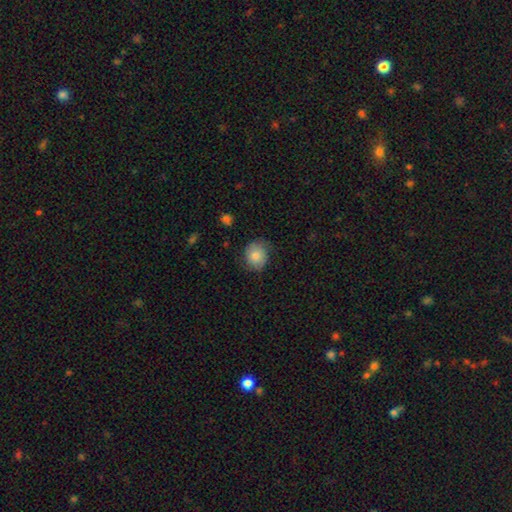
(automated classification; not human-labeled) Q: Smooth or featured?
A: smooth (79%); runner-up: featured or disk (13%)
Q: How rounded?
A: round (74%); runner-up: in between (25%)
Q: Merging?
A: none (71%); runner-up: minor disturbance (23%)